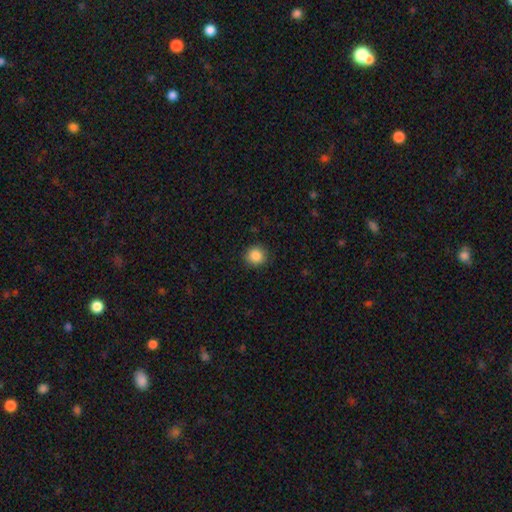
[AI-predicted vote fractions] Morphology: type=smooth (87%); roundness=round (91%); merging=none (89%).